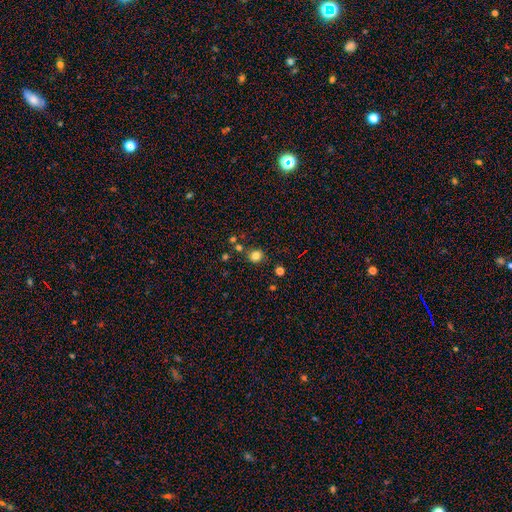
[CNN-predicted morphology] This is clearly a smooth galaxy (81%). How rounded: clearly round (82%). Merging: clearly none (81%).